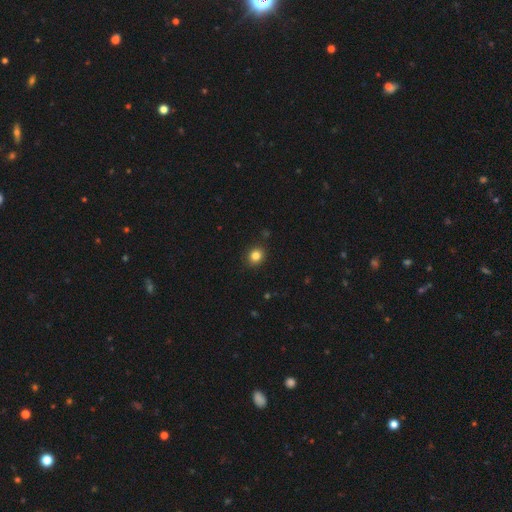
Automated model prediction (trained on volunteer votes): This is clearly a smooth galaxy (83%). How rounded: likely round (74%). Merging: clearly none (89%).